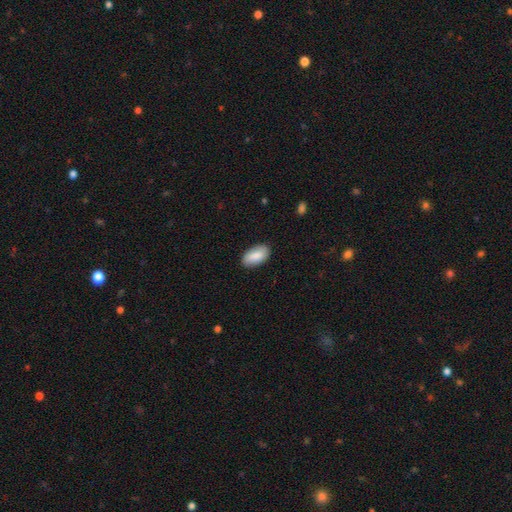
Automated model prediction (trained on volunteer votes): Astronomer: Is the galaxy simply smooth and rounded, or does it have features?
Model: smooth — 86%.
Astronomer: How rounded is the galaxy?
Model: in between — 95%.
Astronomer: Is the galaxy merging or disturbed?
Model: none — 87%.